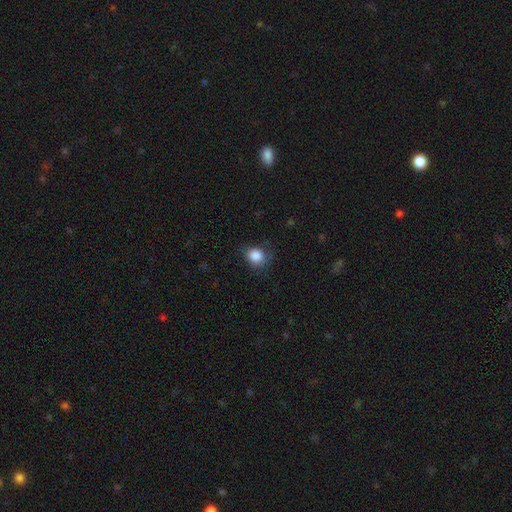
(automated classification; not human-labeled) This appears to be a smooth galaxy with no disk features (86%) that is round (67%). Merging: none (68%).